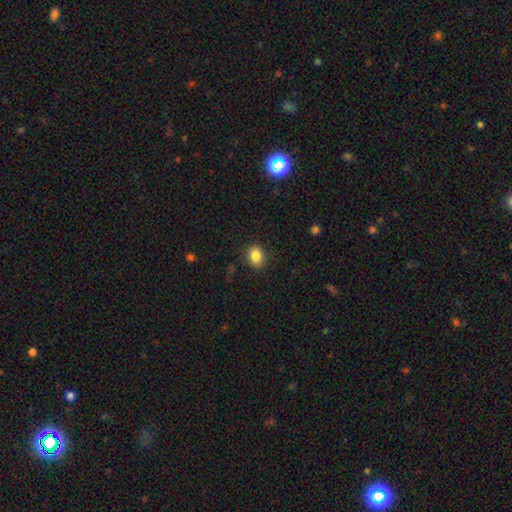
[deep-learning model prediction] smooth_or_featured: smooth (p=0.85) [alt: star or artifact p=0.09]
how_rounded: in between (p=0.55) [alt: round p=0.44]
merging: none (p=0.86) [alt: minor disturbance p=0.10]